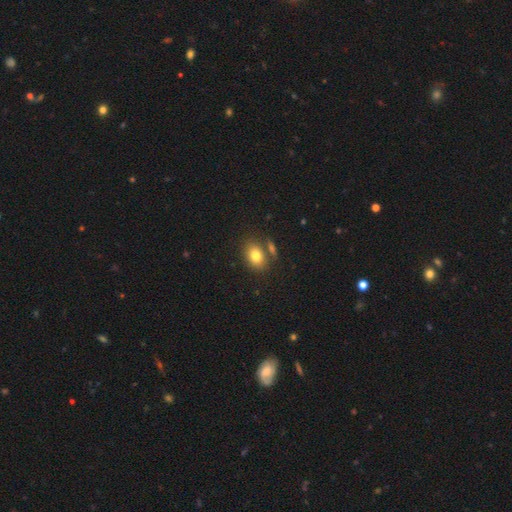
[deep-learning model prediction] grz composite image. It shows a smooth galaxy with no disk features (79%) that is in between round and cigar-shaped (68%). Merging: none (66%).